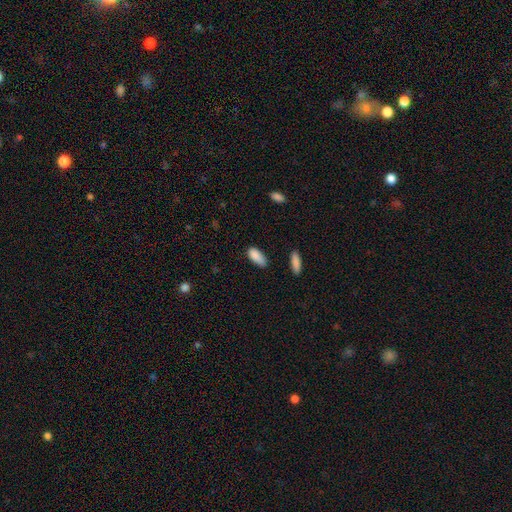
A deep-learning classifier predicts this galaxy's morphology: Q: Smooth or featured?
A: smooth (88%); runner-up: star or artifact (7%)
Q: How rounded?
A: in between (86%); runner-up: cigar-shaped (11%)
Q: Merging?
A: none (67%); runner-up: minor disturbance (25%)